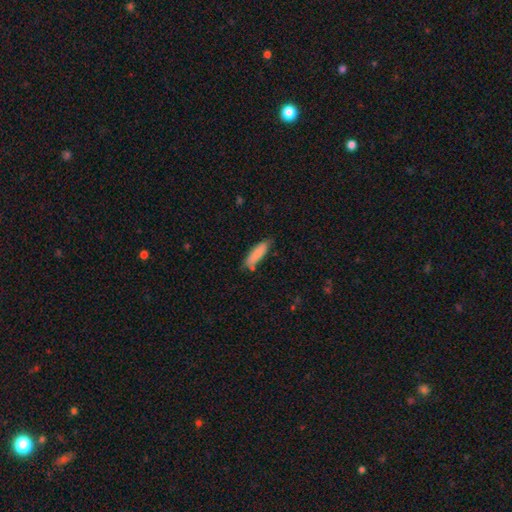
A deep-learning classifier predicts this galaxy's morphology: The model was most divided on "how rounded": cigar-shaped: 59%, in between: 40%, round: 1%. More confident: smooth or featured — smooth (84%); merging — none (71%).